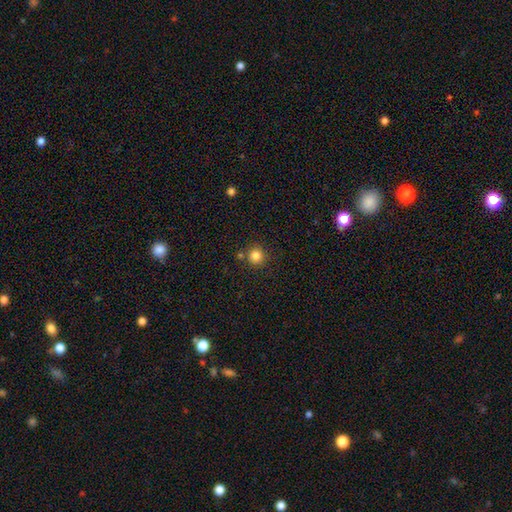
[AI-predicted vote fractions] The model was most divided on "smooth or featured": smooth: 83%, star or artifact: 12%, featured or disk: 5%. More confident: how rounded — round (94%); merging — none (81%).